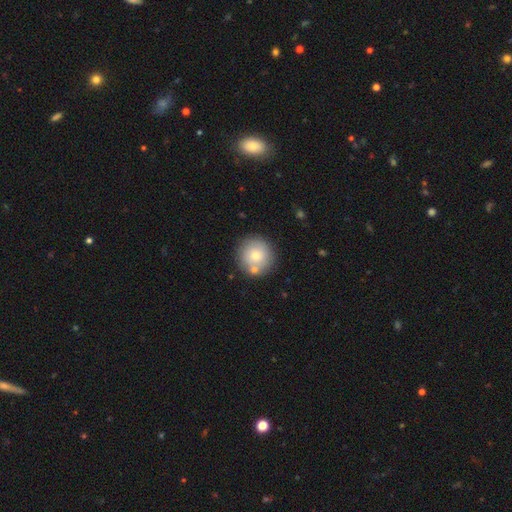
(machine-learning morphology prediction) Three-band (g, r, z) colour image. It shows a smooth galaxy with no disk features (74%) that is round (95%). Merging: none (76%).